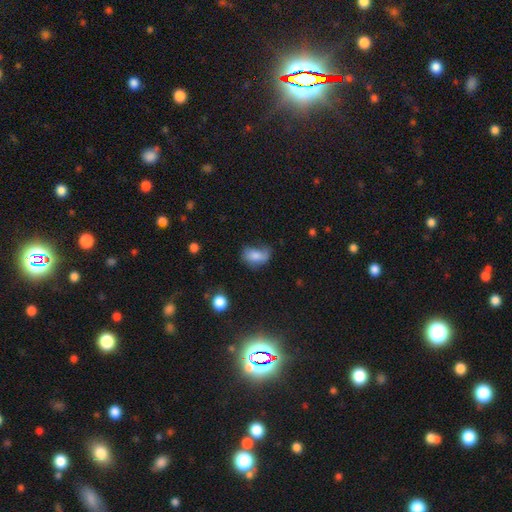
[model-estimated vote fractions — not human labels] This is likely a smooth galaxy (74%). How rounded: clearly in between (86%). Merging: marginally none (38%).